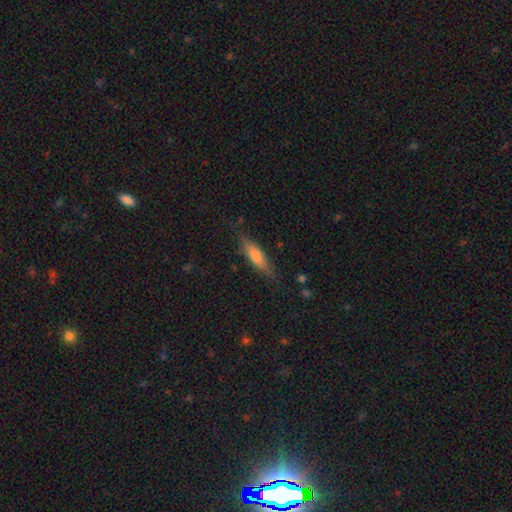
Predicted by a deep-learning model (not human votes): This appears to be a smooth galaxy with no disk features (61%) that is cigar-shaped (67%). Merging: none (78%).